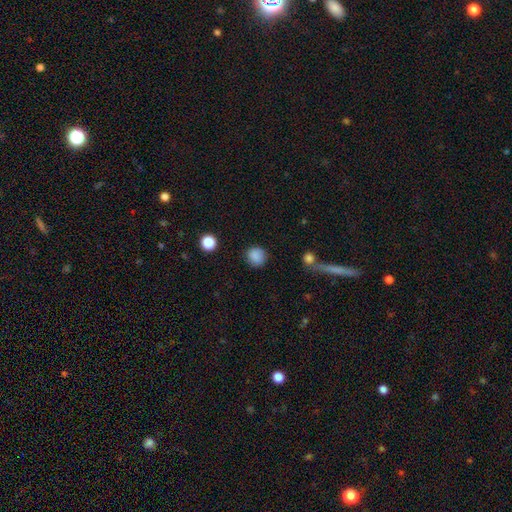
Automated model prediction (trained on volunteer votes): Overall: smooth (86%). How rounded: round (90%). Merging: none (84%).